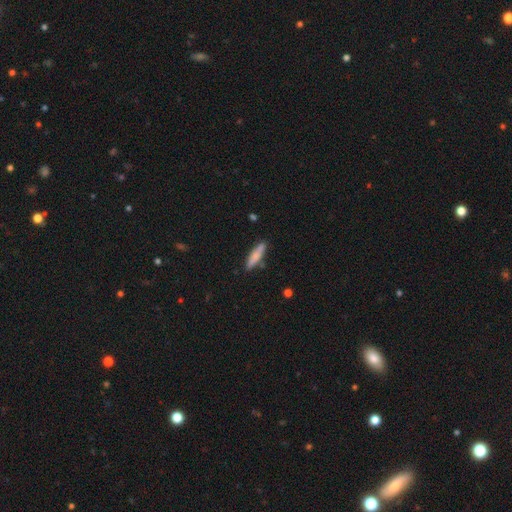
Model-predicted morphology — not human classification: Overall: smooth (75%). How rounded: cigar-shaped (80%). Merging: none (81%).